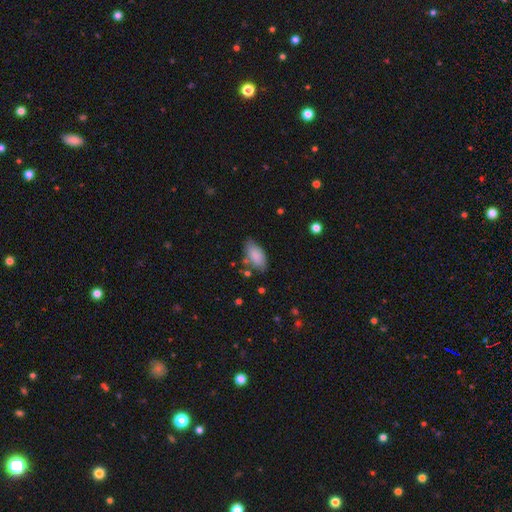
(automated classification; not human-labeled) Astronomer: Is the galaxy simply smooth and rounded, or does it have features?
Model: smooth — 84%.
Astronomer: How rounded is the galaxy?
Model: in between — 92%.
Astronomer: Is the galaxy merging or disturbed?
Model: none — 70%.